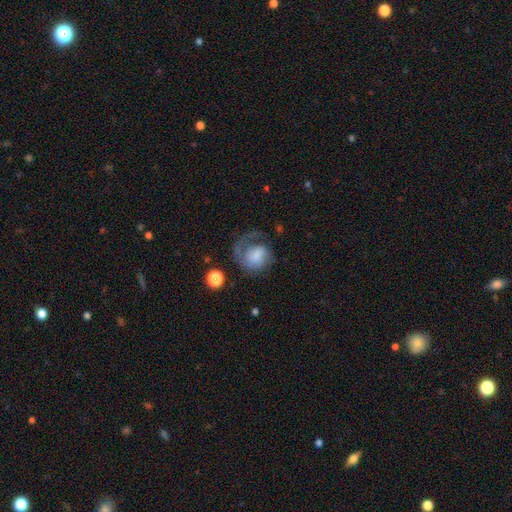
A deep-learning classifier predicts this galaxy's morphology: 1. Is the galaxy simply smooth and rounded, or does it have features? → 55% featured or disk, 36% smooth, 8% star or artifact.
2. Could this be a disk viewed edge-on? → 98% no, 2% yes.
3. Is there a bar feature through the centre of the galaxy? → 60% no, 33% weak, 7% strong.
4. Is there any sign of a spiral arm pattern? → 85% yes, 15% no.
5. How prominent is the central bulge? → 32% none, 22% moderate, 21% large, 19% small, 6% dominant.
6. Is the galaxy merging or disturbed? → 40% major disturbance, 38% none, 19% minor disturbance, 3% merger.